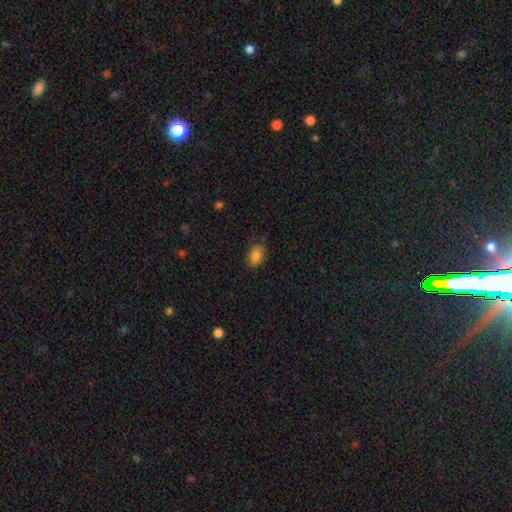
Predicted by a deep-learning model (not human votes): The model was most divided on "merging": none: 78%, minor disturbance: 17%, major disturbance: 4%, merger: 1%. More confident: how rounded — in between (88%); smooth or featured — smooth (85%).